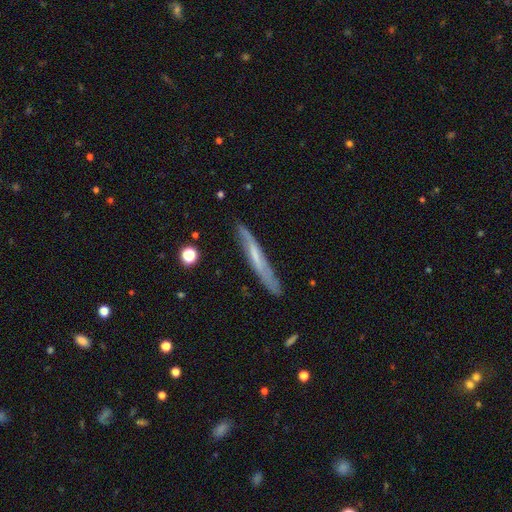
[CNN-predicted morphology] A featured or disk galaxy (56%) viewed edge-on (80%).

Vote fractions:
- Smooth or featured? featured or disk: 56% / smooth: 37% / star or artifact: 7%
- Edge-on disk? yes: 80% / no: 20%
- Merging? none: 79% / minor disturbance: 16% / major disturbance: 3% / merger: 2%